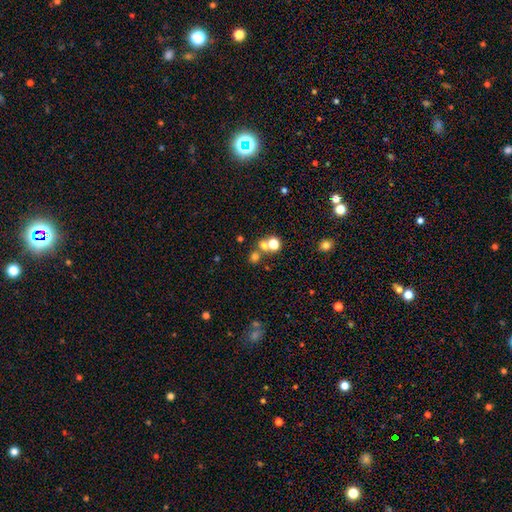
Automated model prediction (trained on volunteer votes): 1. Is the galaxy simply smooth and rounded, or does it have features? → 49% smooth, 39% star or artifact, 12% featured or disk.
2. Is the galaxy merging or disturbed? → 61% none, 28% merger, 7% minor disturbance, 4% major disturbance.